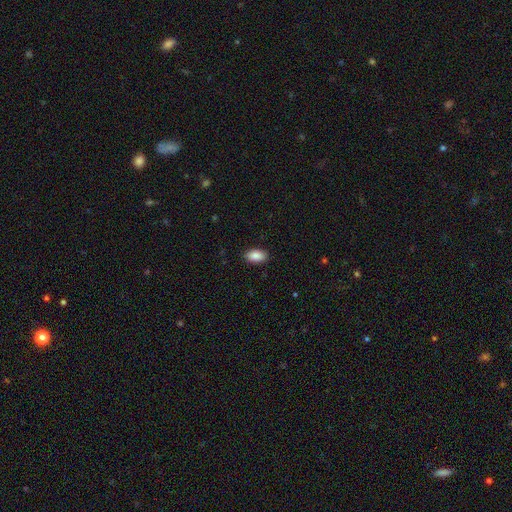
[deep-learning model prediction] Q: Smooth or featured?
A: smooth (89%); runner-up: star or artifact (7%)
Q: How rounded?
A: in between (94%); runner-up: round (3%)
Q: Merging?
A: none (90%); runner-up: minor disturbance (7%)